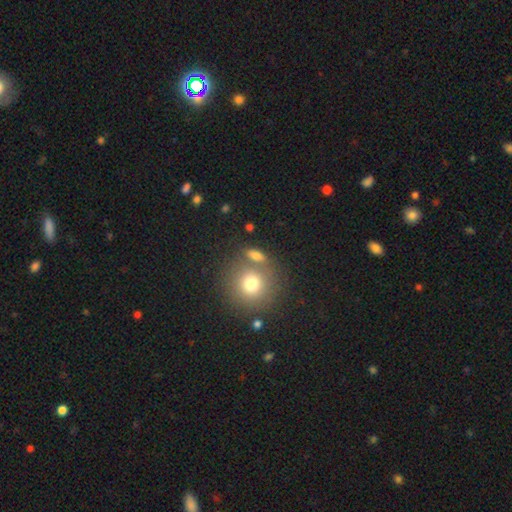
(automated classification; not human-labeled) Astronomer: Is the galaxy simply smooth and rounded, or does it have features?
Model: smooth — 74%.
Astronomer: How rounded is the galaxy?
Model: in between — 48% (runner-up: round, 42%).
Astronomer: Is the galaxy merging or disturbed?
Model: none — 62%.